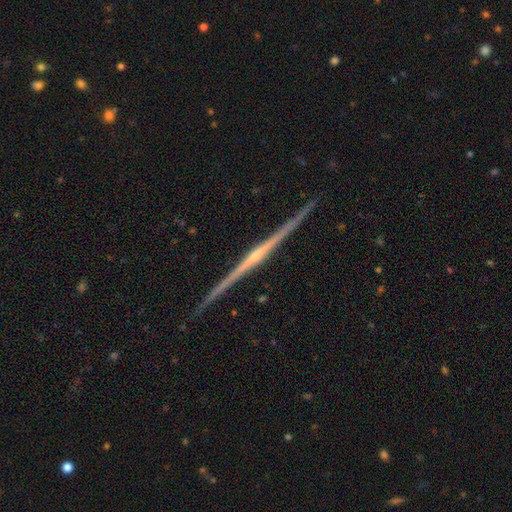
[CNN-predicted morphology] type=featured or disk (88%); edge-on=yes (99%); edge-on bulge=rounded (69%); merging=none (92%).